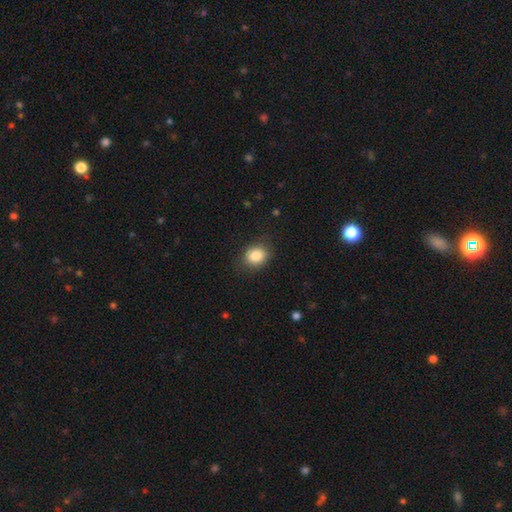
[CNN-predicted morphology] Overall: smooth (86%). How rounded: round (55%; in between 44%). Merging: none (83%).